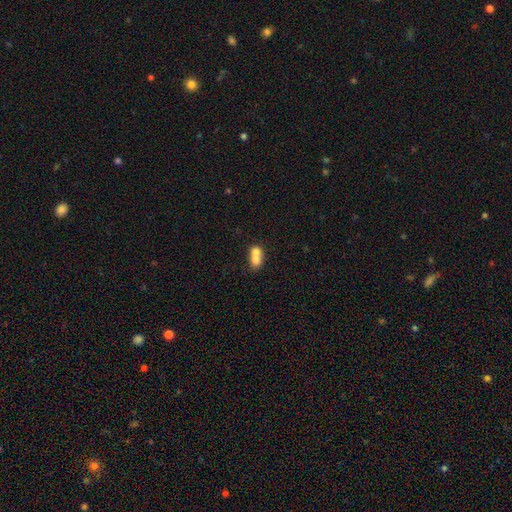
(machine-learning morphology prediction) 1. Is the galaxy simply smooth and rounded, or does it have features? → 69% smooth, 21% featured or disk, 9% star or artifact.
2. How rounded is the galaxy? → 54% in between, 44% round, 2% cigar-shaped.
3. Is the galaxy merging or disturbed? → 73% merger, 19% none, 6% minor disturbance, 3% major disturbance.